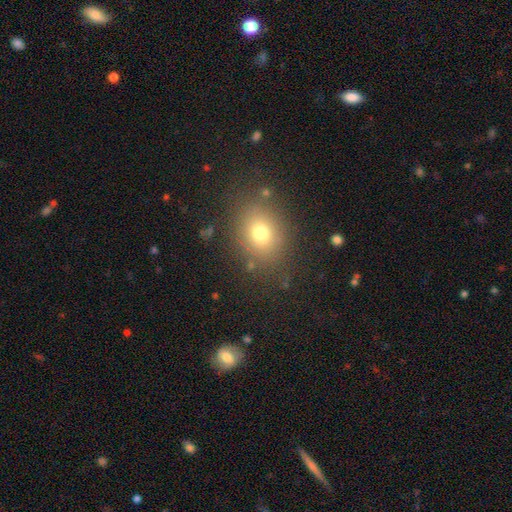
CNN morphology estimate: The model was most divided on "how rounded": round: 56%, in between: 42%, cigar-shaped: 1%. More confident: merging — none (86%); smooth or featured — smooth (69%).